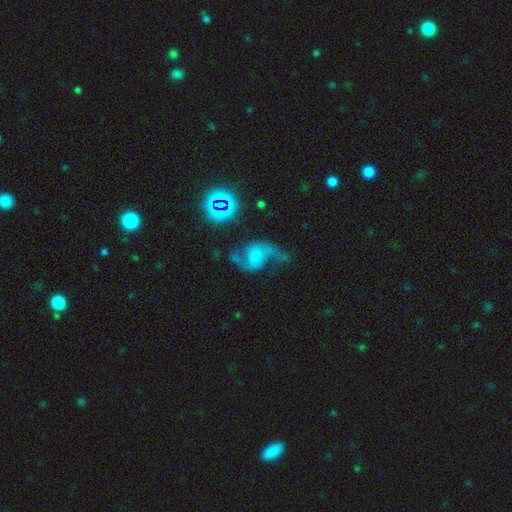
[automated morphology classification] A featured or disk galaxy (73%) with no bar (61%), 2 (89%) loose (73%) spiral arms (92%) and no central bulge (47%).

Vote fractions:
- Smooth or featured? featured or disk: 73% / smooth: 16% / star or artifact: 12%
- Edge-on disk? no: 97% / yes: 3%
- Bar? no: 61% / weak: 29% / strong: 10%
- Spiral arms? yes: 92% / no: 8%
- Spiral winding? loose: 73% / medium: 22% / tight: 5%
- Spiral arm count? 2: 89% / 1: 5% / can't tell: 3% / 3: 1% / 4: 1% / more than 4: 1%
- Bulge size? none: 47% / small: 18% / moderate: 17% / large: 13% / dominant: 4%
- Merging? none: 47% / major disturbance: 25% / minor disturbance: 21% / merger: 7%